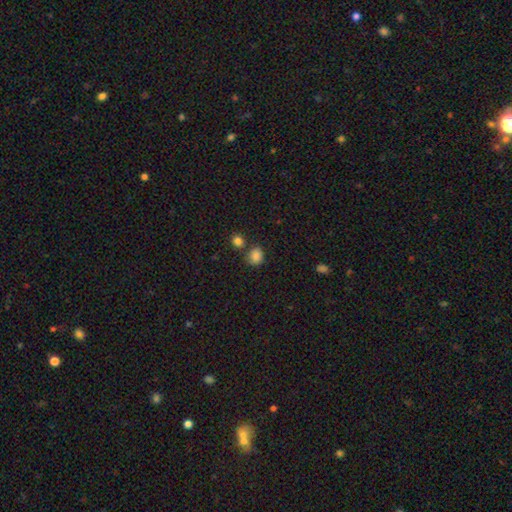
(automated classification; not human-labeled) Smooth or featured?
  - smooth: 84% *
  - star or artifact: 11%
  - featured or disk: 5%
How rounded?
  - round: 64% *
  - in between: 35%
  - cigar-shaped: 1%
Merging?
  - none: 71% *
  - merger: 14%
  - minor disturbance: 12%
  - major disturbance: 3%